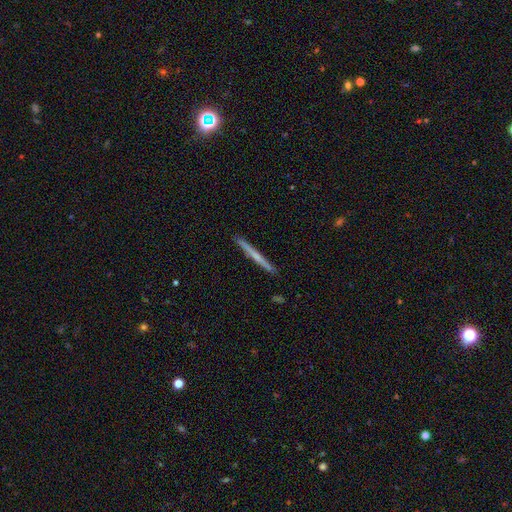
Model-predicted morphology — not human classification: Smooth or featured? Predicted: featured or disk (p=0.57). Edge-on disk? Predicted: yes (p=0.98). Edge-on bulge? Predicted: none (p=0.63). Merging? Predicted: none (p=0.92).